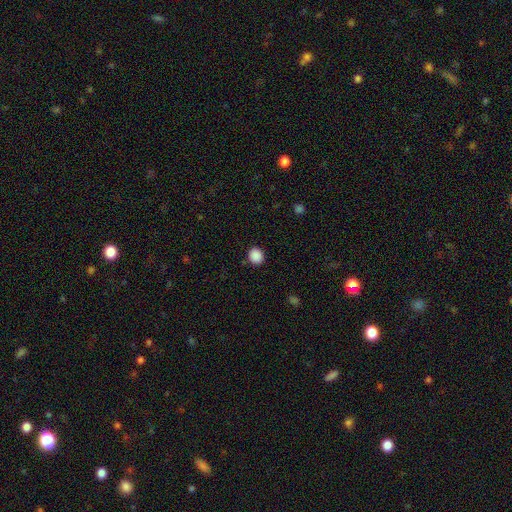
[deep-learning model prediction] A smooth galaxy with no disk features (89%) that is round (80%). Merging: none (88%).